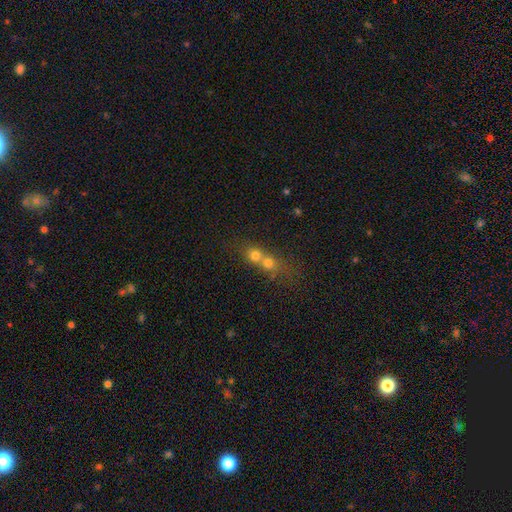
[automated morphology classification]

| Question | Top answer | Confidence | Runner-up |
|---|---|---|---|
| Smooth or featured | smooth | 65% | featured or disk (20%) |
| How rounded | round | 74% | in between (22%) |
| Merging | merger | 69% | none (23%) |